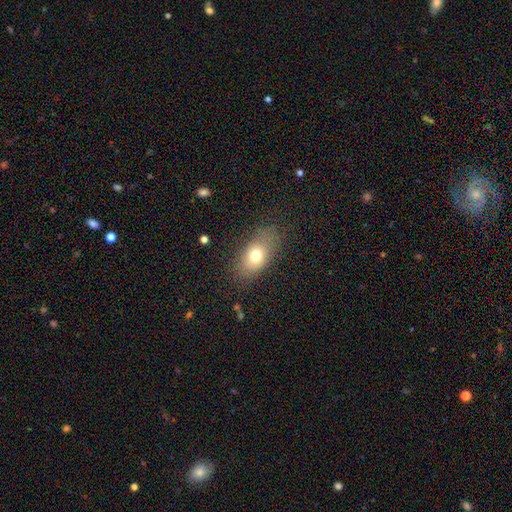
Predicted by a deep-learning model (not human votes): smooth-or-featured: smooth: 71% | featured or disk: 19% | star or artifact: 10%
  how-rounded: in between: 84% | round: 12% | cigar-shaped: 4%
  merging: none: 76% | minor disturbance: 16% | major disturbance: 7% | merger: 1%